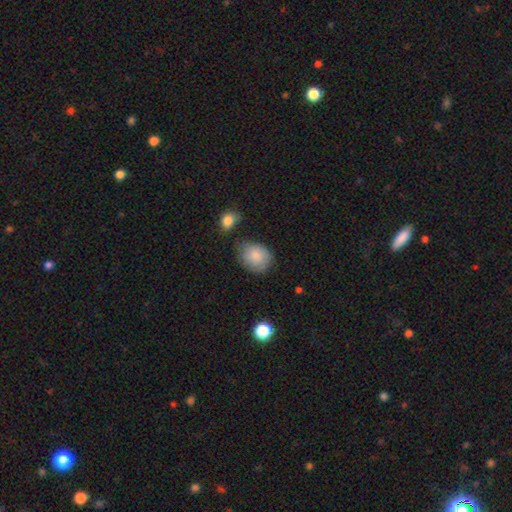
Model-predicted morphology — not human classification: smooth 81%, featured or disk 12%, star or artifact 7%. Down the decision tree: how rounded — round (50%); merging — none (66%).